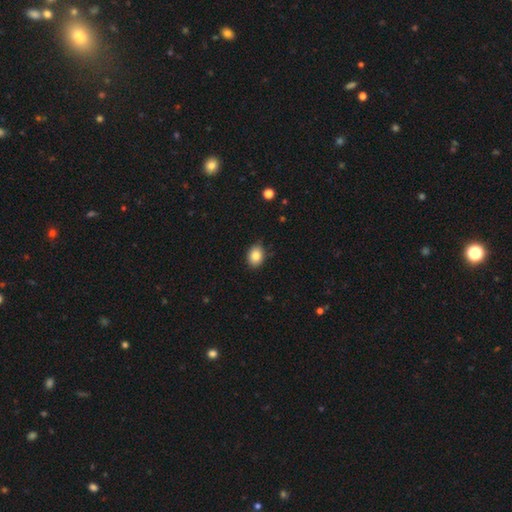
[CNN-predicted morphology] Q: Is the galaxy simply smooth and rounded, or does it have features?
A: smooth — 85%.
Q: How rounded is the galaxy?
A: in between — 69%.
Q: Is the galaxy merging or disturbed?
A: none — 84%.